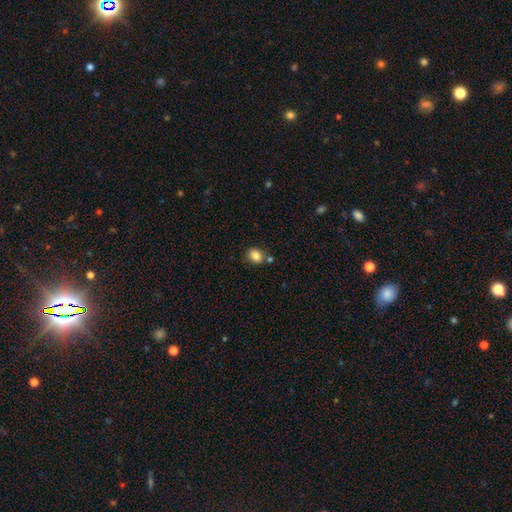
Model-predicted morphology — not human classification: Smooth or featured: smooth — 84% (star or artifact — 10%)
How rounded: round — 50% (in between — 49%)
Merging: none — 70% (minor disturbance — 14%)